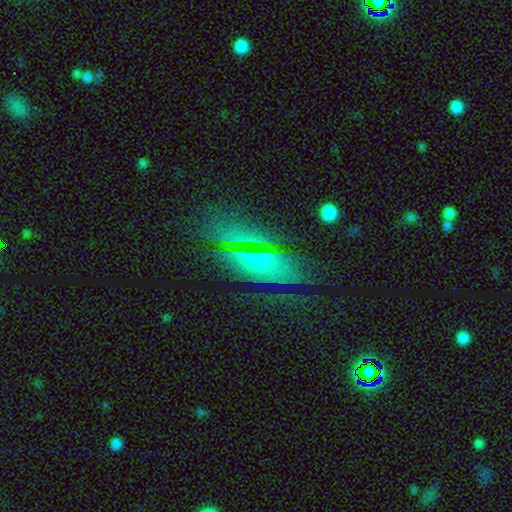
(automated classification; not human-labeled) smooth 47%, featured or disk 34%, star or artifact 19%. Down the decision tree: merging — none (72%).